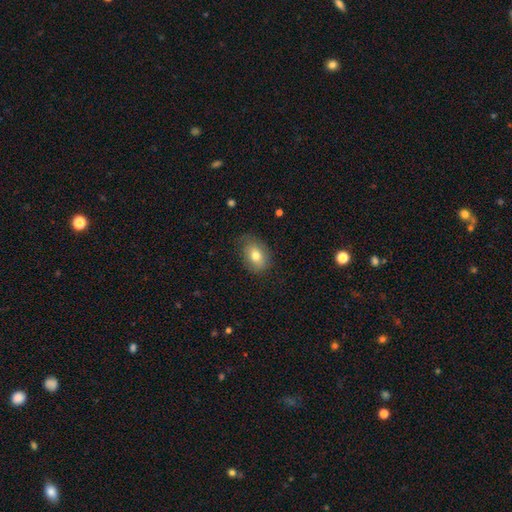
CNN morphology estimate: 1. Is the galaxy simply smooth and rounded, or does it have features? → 74% smooth, 18% featured or disk, 8% star or artifact.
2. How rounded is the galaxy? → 79% in between, 20% round, 1% cigar-shaped.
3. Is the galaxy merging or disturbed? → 70% none, 23% minor disturbance, 6% major disturbance, 1% merger.